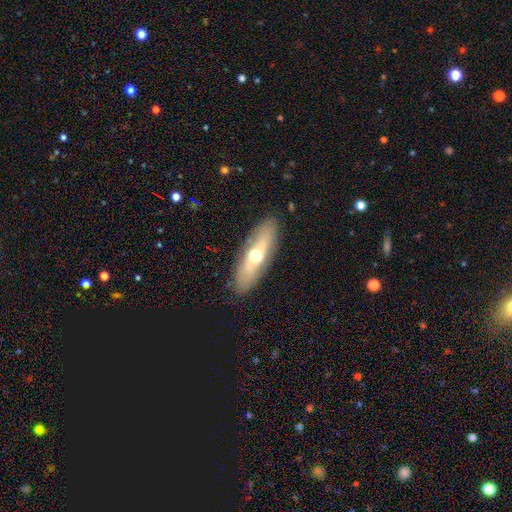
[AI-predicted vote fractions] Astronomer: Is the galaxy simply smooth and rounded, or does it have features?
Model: smooth — 49% (runner-up: featured or disk, 45%).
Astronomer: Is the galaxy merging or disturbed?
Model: none — 86%.